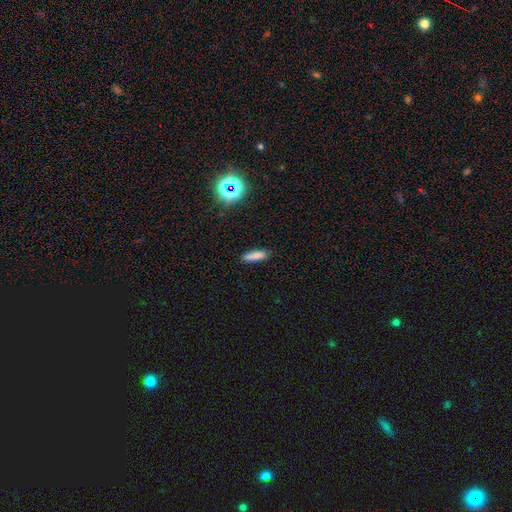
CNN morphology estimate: This appears to be a smooth galaxy with no disk features (81%) that is cigar-shaped (65%). Merging: none (83%).